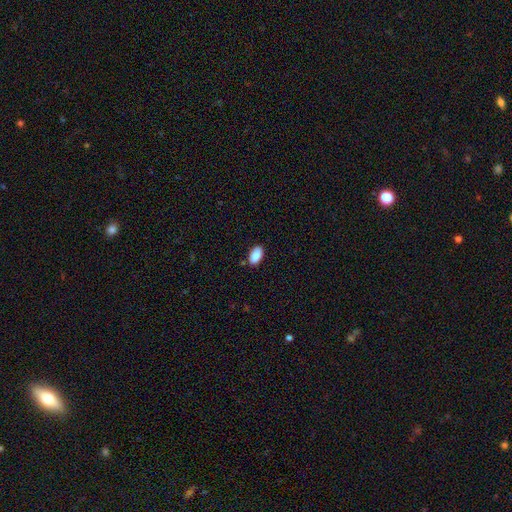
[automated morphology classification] A smooth galaxy with no disk features (89%) that is in between round and cigar-shaped (93%). Merging: none (84%).